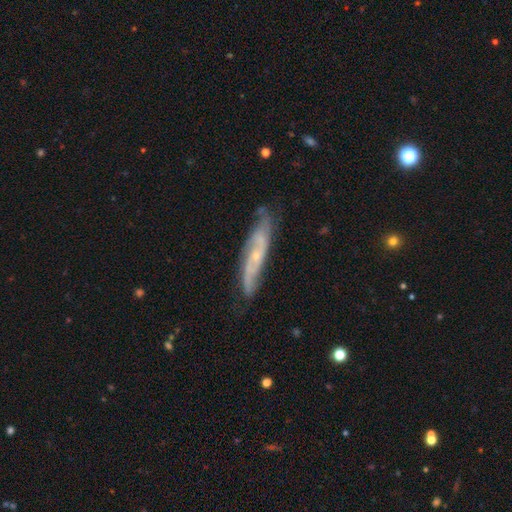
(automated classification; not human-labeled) The model was most divided on "bar": no: 59%, weak: 31%, strong: 9%. More confident: spiral arms — yes (92%); smooth or featured — featured or disk (78%); merging — none (75%); bulge size — small (73%); edge-on disk — no (65%).